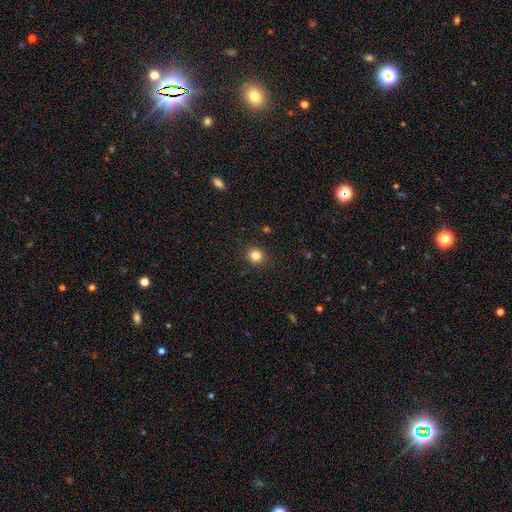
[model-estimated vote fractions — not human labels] Overall: smooth (83%). How rounded: round (87%). Merging: none (90%).